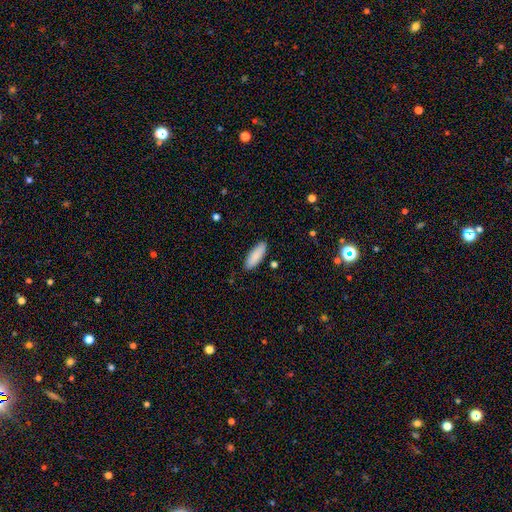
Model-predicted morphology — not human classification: Smooth or featured: smooth — 88% (star or artifact — 6%)
How rounded: in between — 61% (cigar-shaped — 38%)
Merging: none — 88% (minor disturbance — 9%)